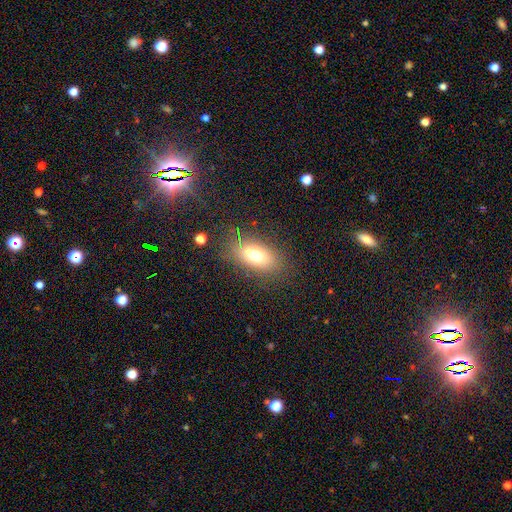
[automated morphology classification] The model was most divided on "smooth or featured": smooth: 66%, featured or disk: 20%, star or artifact: 14%. More confident: how rounded — in between (81%); merging — none (66%).